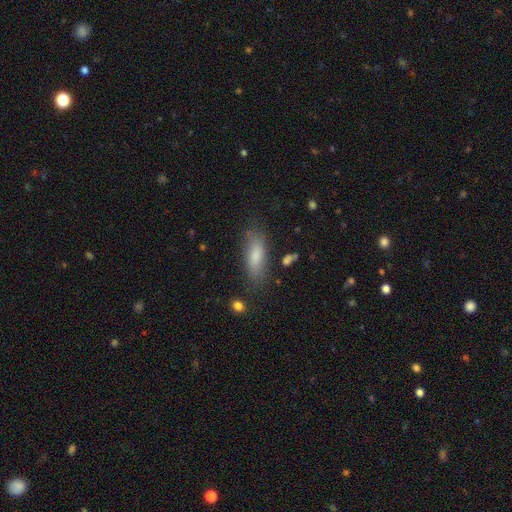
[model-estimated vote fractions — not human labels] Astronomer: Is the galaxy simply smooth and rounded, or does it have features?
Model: smooth — 78%.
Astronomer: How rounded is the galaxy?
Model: in between — 63%.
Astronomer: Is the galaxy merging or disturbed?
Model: none — 76%.